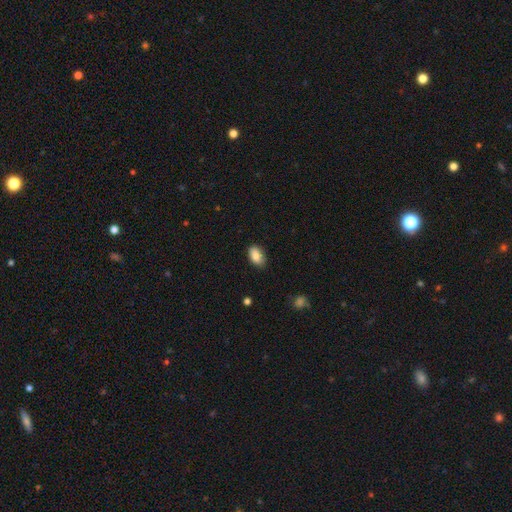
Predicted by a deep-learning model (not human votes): smooth 86%, star or artifact 7%, featured or disk 7%. Down the decision tree: how rounded — in between (91%); merging — none (79%).